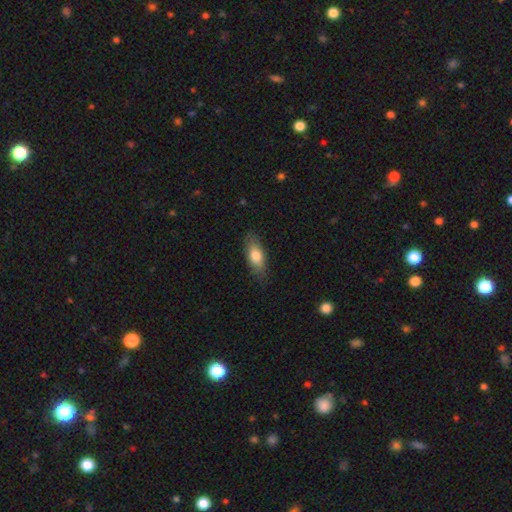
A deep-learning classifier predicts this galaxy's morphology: smooth 76%, featured or disk 18%, star or artifact 6%. Down the decision tree: how rounded — in between (76%); merging — none (81%).